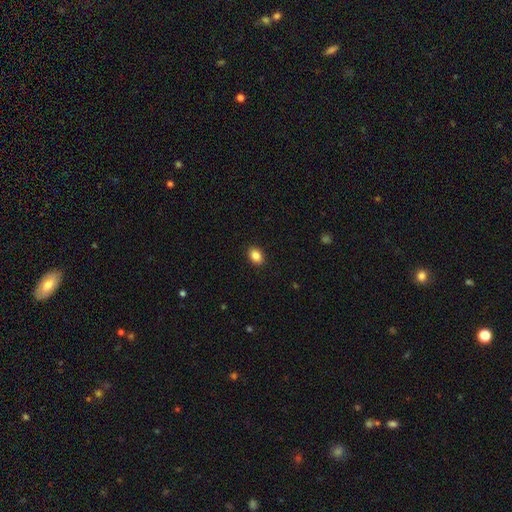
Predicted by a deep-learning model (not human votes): Overall: smooth (86%). How rounded: in between (70%). Merging: none (90%).